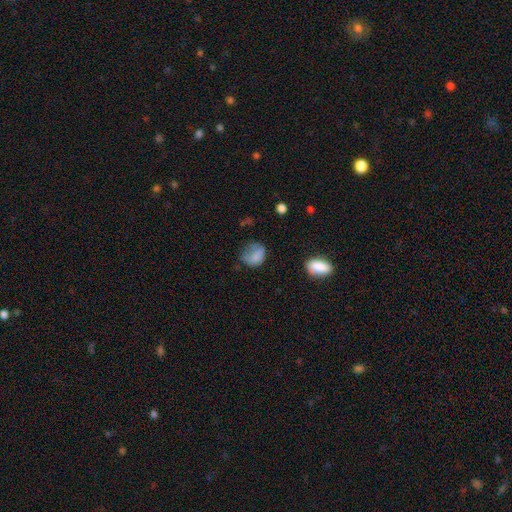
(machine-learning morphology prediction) This appears to be a smooth galaxy with no disk features (77%) that is in between round and cigar-shaped (54%). Merging: none (39%).